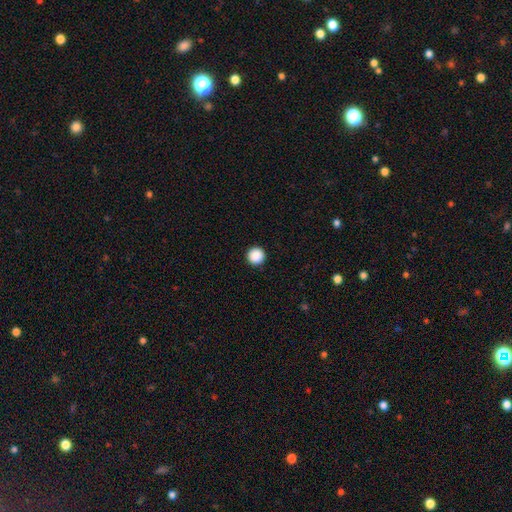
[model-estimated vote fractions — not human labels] smooth_or_featured: smooth (p=0.89) [alt: star or artifact p=0.09]
how_rounded: round (p=0.97) [alt: in between p=0.02]
merging: none (p=0.94) [alt: minor disturbance p=0.04]